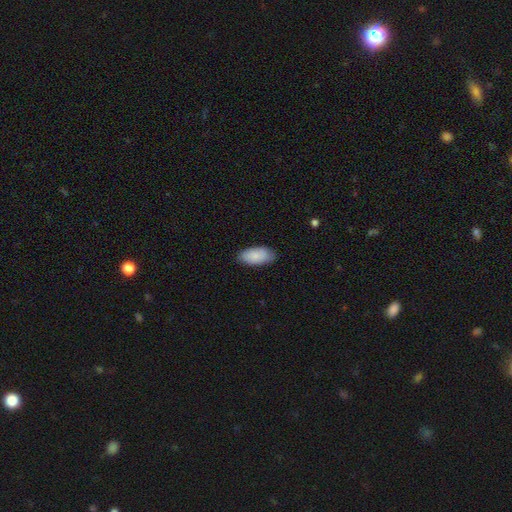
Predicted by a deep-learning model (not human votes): A smooth galaxy with no disk features (86%) that is in between round and cigar-shaped (93%).

Vote fractions:
- Smooth or featured? smooth: 86% / featured or disk: 8% / star or artifact: 6%
- How rounded? in between: 93% / cigar-shaped: 5% / round: 2%
- Merging? none: 82% / minor disturbance: 15% / major disturbance: 2% / merger: 1%